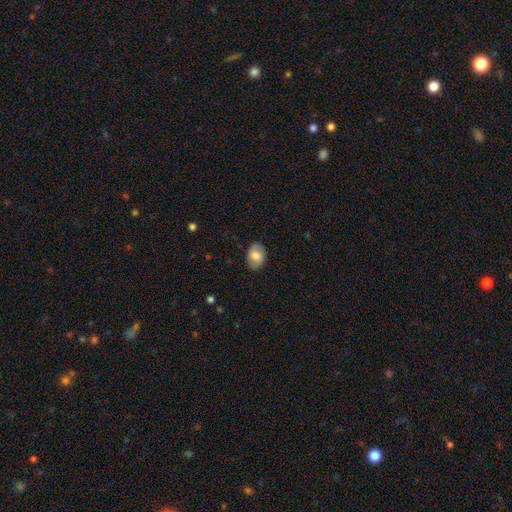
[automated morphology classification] This appears to be a smooth galaxy with no disk features (73%) that is in between round and cigar-shaped (82%). Merging: none (84%).